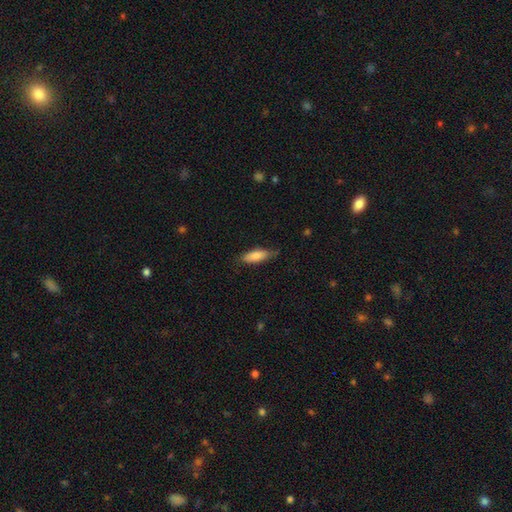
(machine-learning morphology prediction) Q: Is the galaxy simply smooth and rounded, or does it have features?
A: smooth — 83%.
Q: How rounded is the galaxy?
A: in between — 57%.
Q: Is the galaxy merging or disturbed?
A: none — 74%.